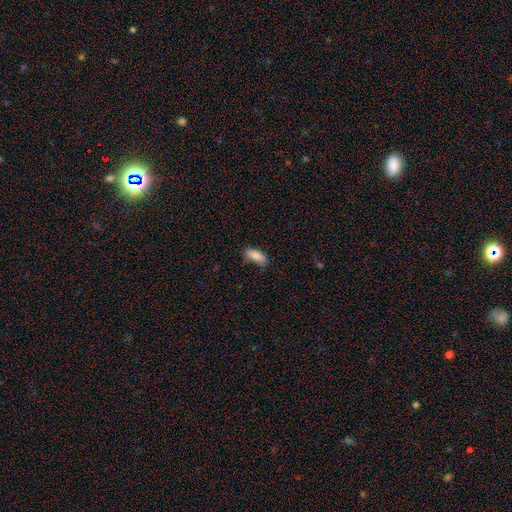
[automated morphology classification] type=smooth (86%); roundness=in between (79%); merging=none (70%).